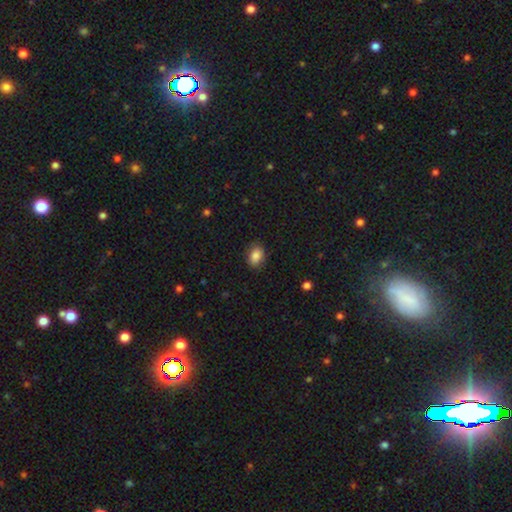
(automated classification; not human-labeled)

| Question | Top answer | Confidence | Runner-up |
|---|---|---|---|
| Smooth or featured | smooth | 86% | star or artifact (8%) |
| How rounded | in between | 80% | round (18%) |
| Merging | none | 84% | minor disturbance (12%) |